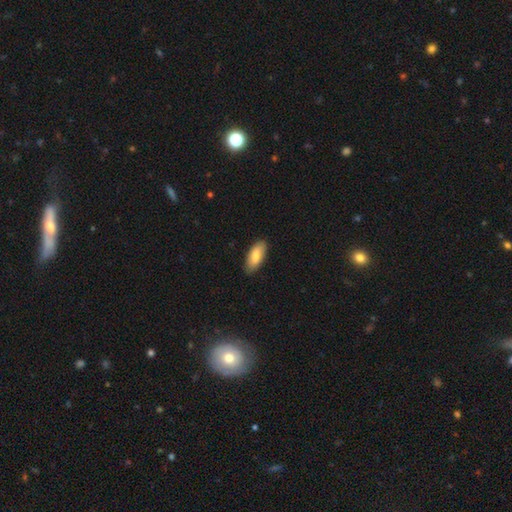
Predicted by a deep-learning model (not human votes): smooth_or_featured: smooth (p=0.83) [alt: featured or disk p=0.11]
how_rounded: in between (p=0.85) [alt: cigar-shaped p=0.13]
merging: none (p=0.86) [alt: minor disturbance p=0.11]